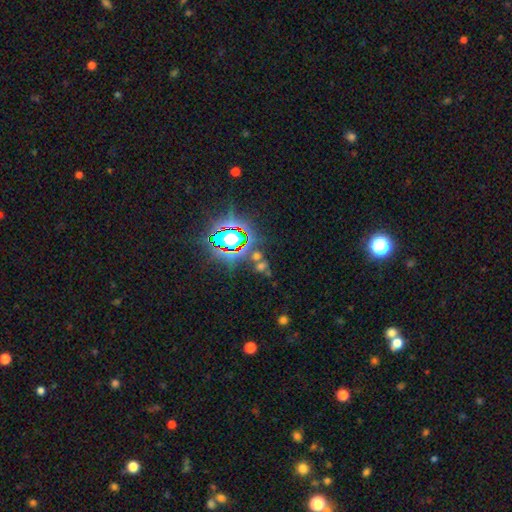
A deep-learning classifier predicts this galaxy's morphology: A star or artifact, not a galaxy (77%).

Vote fractions:
- Smooth or featured? star or artifact: 77% / smooth: 14% / featured or disk: 9%